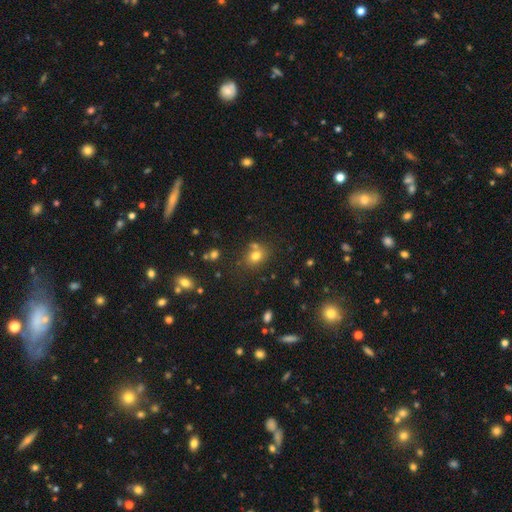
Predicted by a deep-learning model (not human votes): A smooth galaxy with no disk features (74%) that is round (56%).

Vote fractions:
- Smooth or featured? smooth: 74% / star or artifact: 15% / featured or disk: 10%
- How rounded? round: 56% / in between: 43% / cigar-shaped: 1%
- Merging? none: 64% / merger: 18% / minor disturbance: 13% / major disturbance: 4%